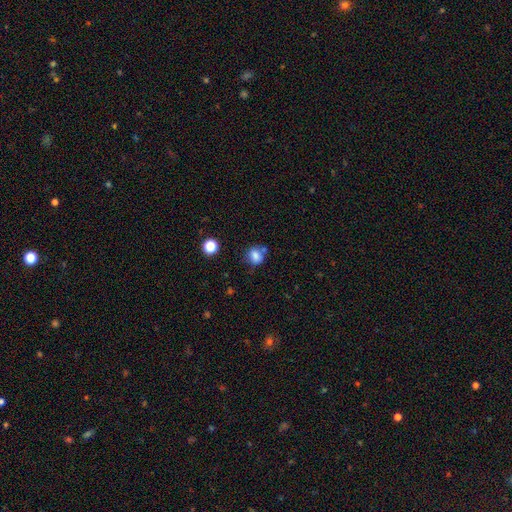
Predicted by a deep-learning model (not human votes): Morphology: type=smooth (79%); roundness=round (63%); merging=none (60%).